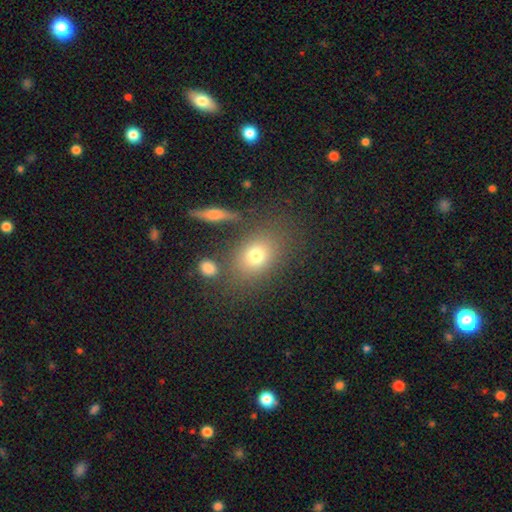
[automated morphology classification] Overall: smooth (72%). How rounded: in between (61%; round 36%). Merging: none (74%).